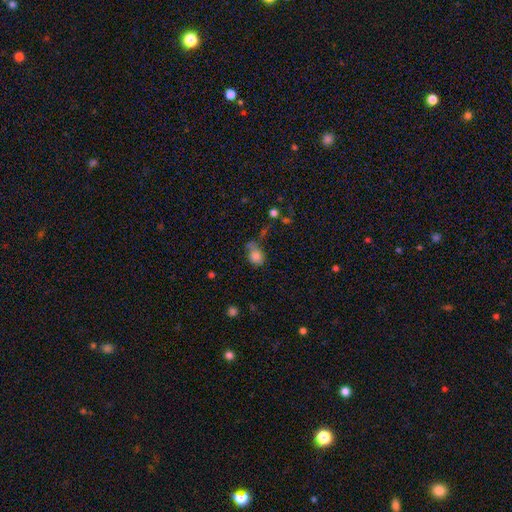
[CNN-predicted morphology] A smooth galaxy with no disk features (76%) that is in between round and cigar-shaped (58%).

Vote fractions:
- Smooth or featured? smooth: 76% / featured or disk: 12% / star or artifact: 12%
- How rounded? in between: 58% / round: 40% / cigar-shaped: 2%
- Merging? none: 40% / minor disturbance: 28% / major disturbance: 19% / merger: 13%